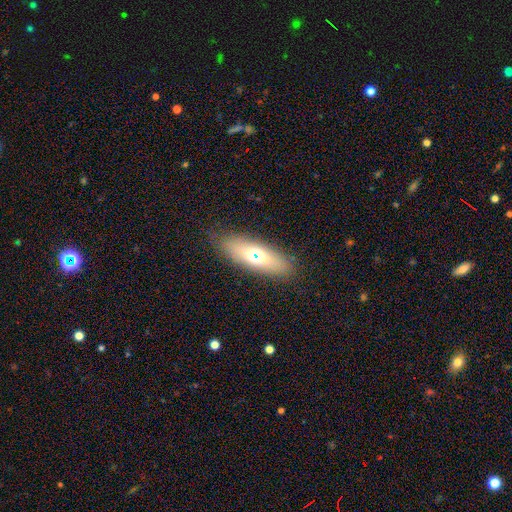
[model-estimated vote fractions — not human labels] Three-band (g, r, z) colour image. It shows a smooth galaxy with no disk features (60%) that is in between round and cigar-shaped (60%). Merging: none (84%).